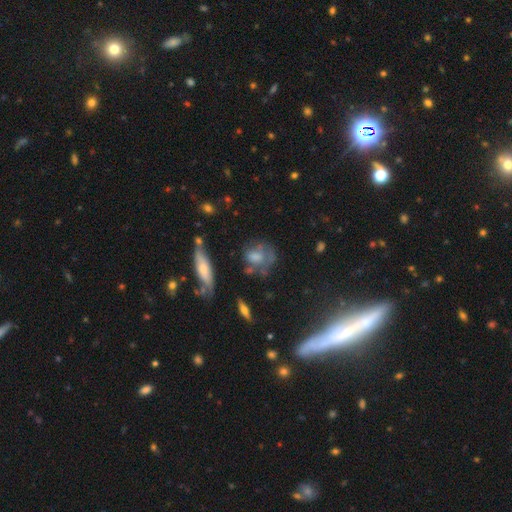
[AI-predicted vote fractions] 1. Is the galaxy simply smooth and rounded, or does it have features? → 49% smooth, 38% featured or disk, 13% star or artifact.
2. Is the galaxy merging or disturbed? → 45% none, 26% minor disturbance, 22% major disturbance, 7% merger.